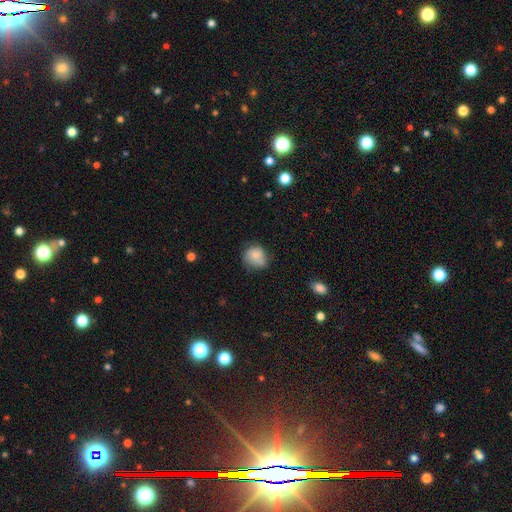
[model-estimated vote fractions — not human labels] The model was most divided on "merging": none: 54%, minor disturbance: 33%, major disturbance: 10%, merger: 3%. More confident: smooth or featured — smooth (74%); how rounded — round (72%).